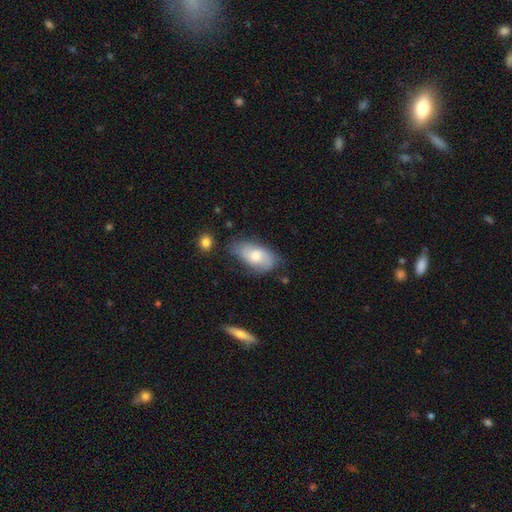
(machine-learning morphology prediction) Q: Smooth or featured?
A: smooth (64%); runner-up: featured or disk (29%)
Q: How rounded?
A: in between (92%); runner-up: round (4%)
Q: Merging?
A: none (57%); runner-up: minor disturbance (30%)